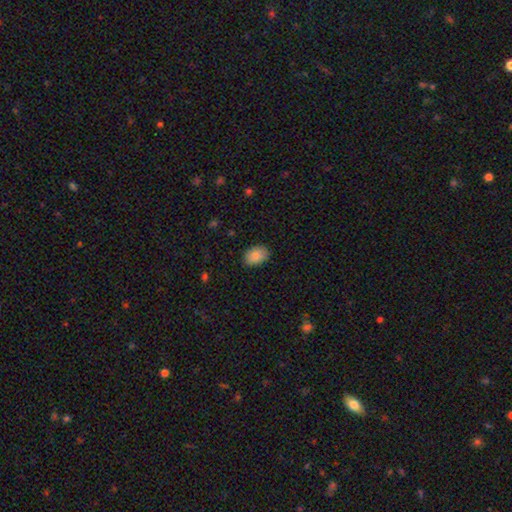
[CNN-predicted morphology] smooth_or_featured: smooth (p=0.88) [alt: star or artifact p=0.07]
how_rounded: in between (p=0.86) [alt: round p=0.13]
merging: none (p=0.86) [alt: minor disturbance p=0.10]